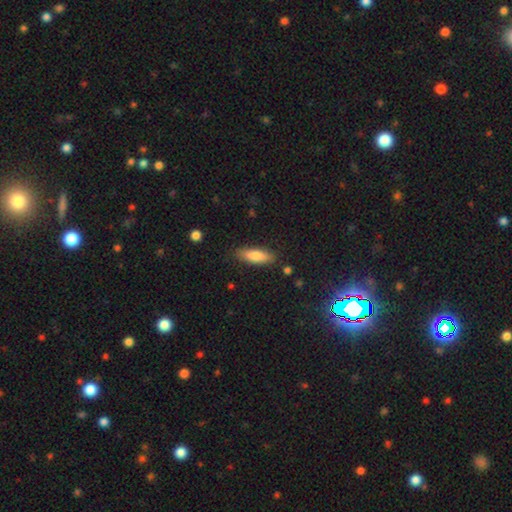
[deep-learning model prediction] smooth-or-featured: smooth: 78% | featured or disk: 15% | star or artifact: 6%
  how-rounded: in between: 53% | cigar-shaped: 46% | round: 2%
  merging: none: 85% | minor disturbance: 11% | major disturbance: 2% | merger: 2%